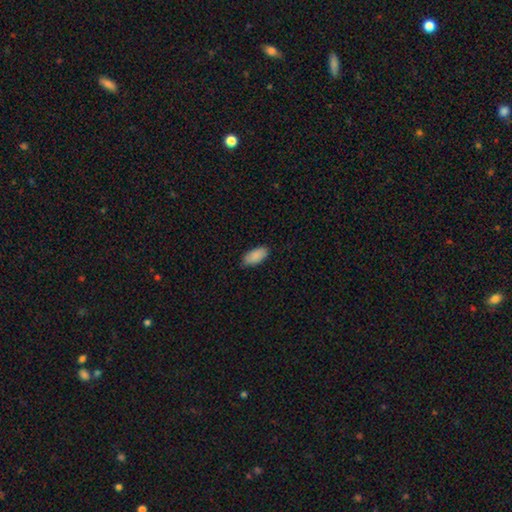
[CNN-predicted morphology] Smooth or featured? Predicted: smooth (p=0.90). How rounded? Predicted: in between (p=0.93). Merging? Predicted: none (p=0.84).